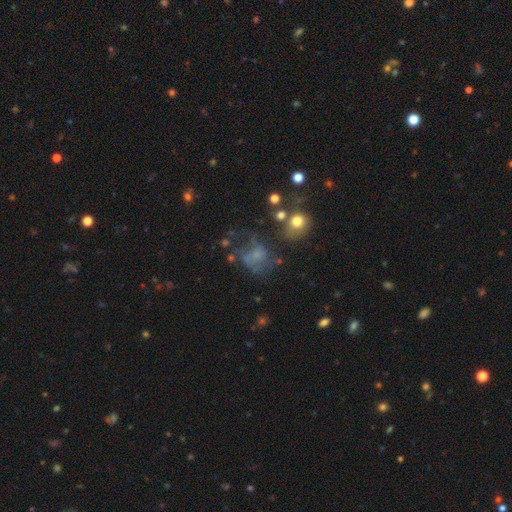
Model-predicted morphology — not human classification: Q: Smooth or featured?
A: smooth (40%); runner-up: featured or disk (39%)
Q: Merging?
A: none (37%); runner-up: major disturbance (33%)